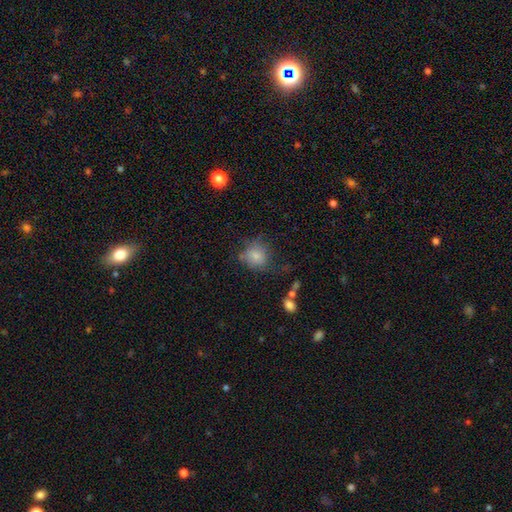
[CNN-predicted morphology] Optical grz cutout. It shows a smooth galaxy with no disk features (77%) that is round (74%). Merging: none (53%).